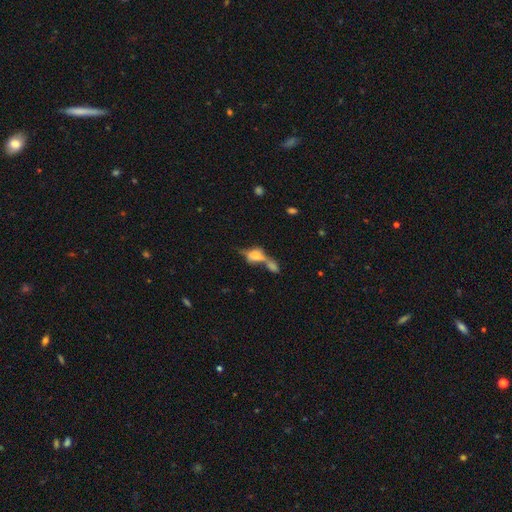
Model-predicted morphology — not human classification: Overall: smooth (53%; featured or disk 36%). How rounded: in between (65%). Merging: merger (58%; none 22%).